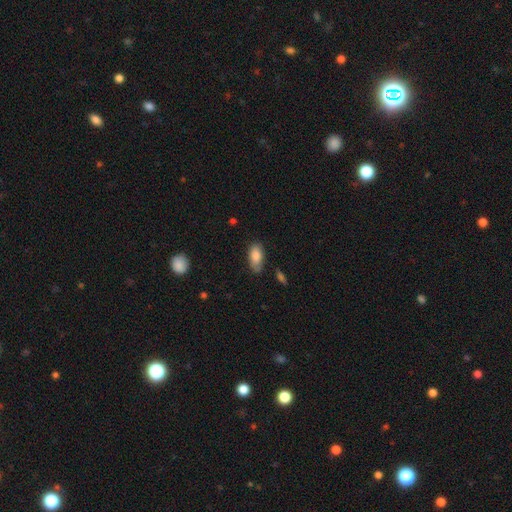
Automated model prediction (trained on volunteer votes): Smooth or featured? Predicted: smooth (p=0.83). How rounded? Predicted: in between (p=0.91). Merging? Predicted: none (p=0.65).